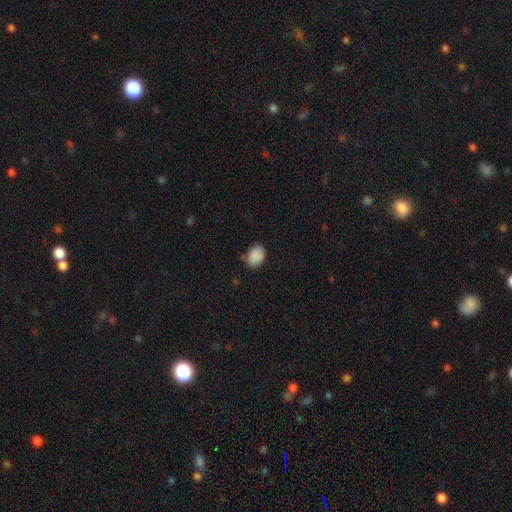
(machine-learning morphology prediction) Q: Smooth or featured?
A: smooth (89%); runner-up: star or artifact (8%)
Q: How rounded?
A: in between (74%); runner-up: round (25%)
Q: Merging?
A: none (76%); runner-up: minor disturbance (20%)